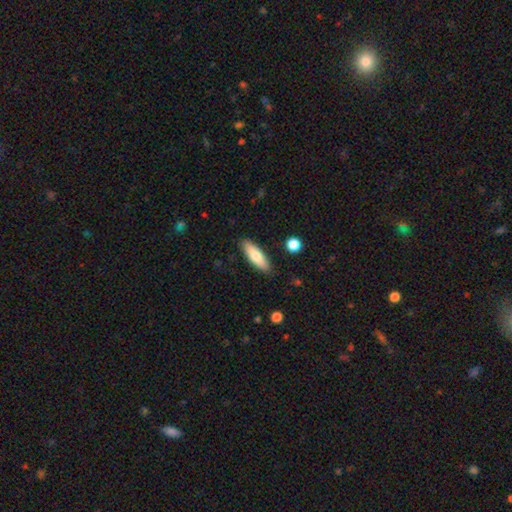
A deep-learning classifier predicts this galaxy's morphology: Q: Smooth or featured?
A: smooth (76%); runner-up: featured or disk (19%)
Q: How rounded?
A: in between (53%); runner-up: cigar-shaped (45%)
Q: Merging?
A: none (87%); runner-up: minor disturbance (10%)